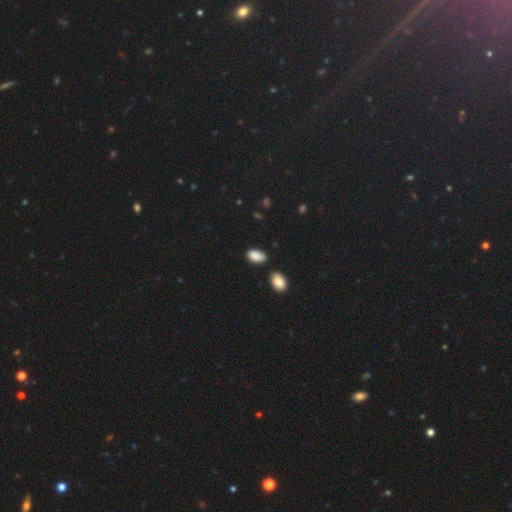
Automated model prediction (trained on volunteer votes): This appears to be a smooth galaxy with no disk features (88%) that is in between round and cigar-shaped (94%). Merging: none (73%).